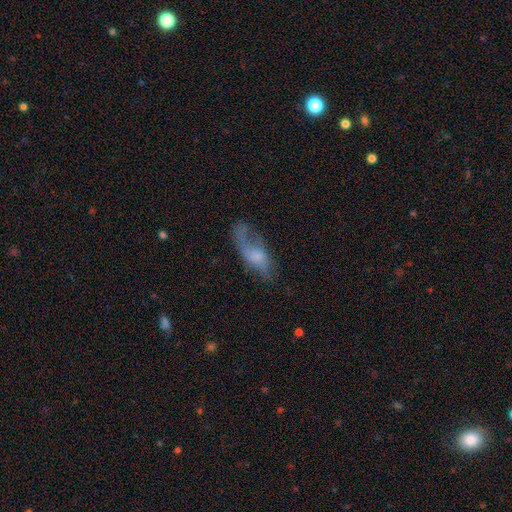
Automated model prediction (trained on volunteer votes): Overall: featured or disk (49%; smooth 42%). Merging: none (40%; major disturbance 31%).